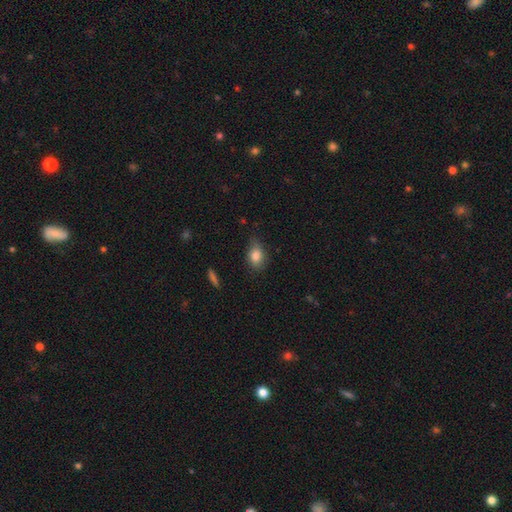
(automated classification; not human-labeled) smooth 83%, featured or disk 9%, star or artifact 8%. Down the decision tree: how rounded — in between (77%); merging — none (64%).